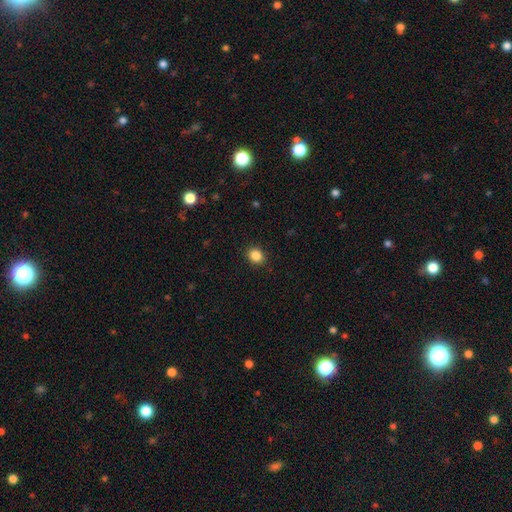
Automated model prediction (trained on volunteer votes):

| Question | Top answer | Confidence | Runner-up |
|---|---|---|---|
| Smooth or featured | smooth | 86% | star or artifact (10%) |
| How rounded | round | 69% | in between (30%) |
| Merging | none | 91% | minor disturbance (6%) |